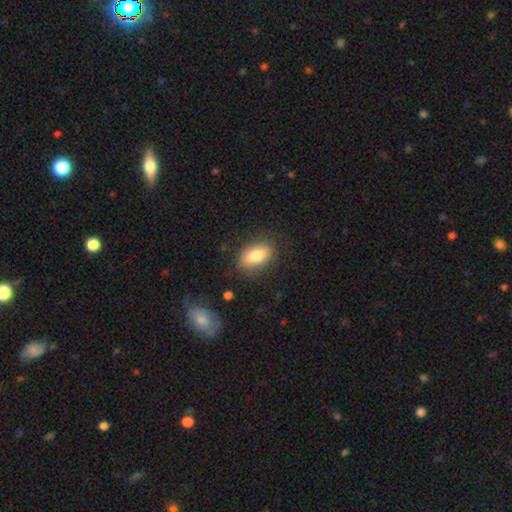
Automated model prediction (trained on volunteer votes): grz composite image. It shows a smooth galaxy with no disk features (78%) that is in between round and cigar-shaped (88%). Merging: none (82%).